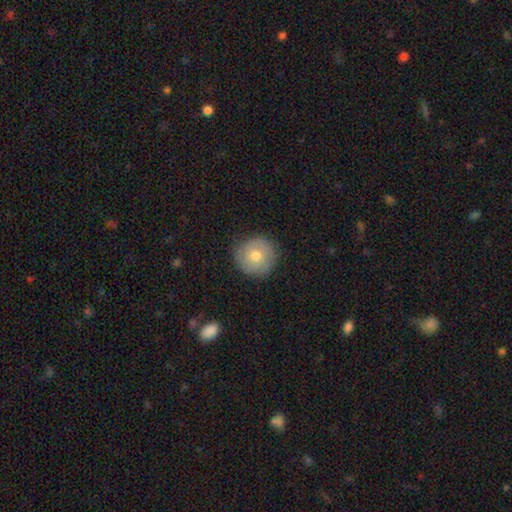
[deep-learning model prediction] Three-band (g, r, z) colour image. It shows a smooth galaxy with no disk features (66%) that is round (94%). Merging: none (86%).